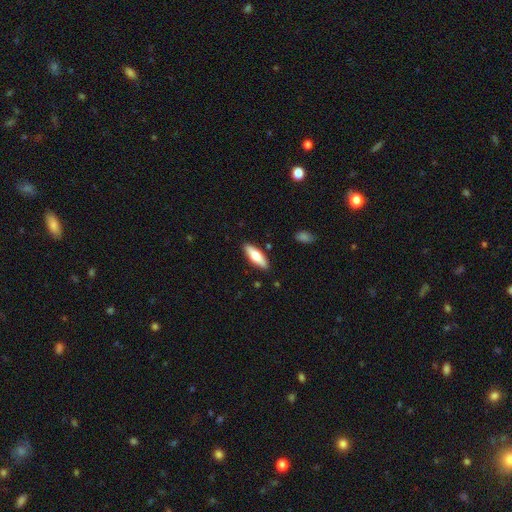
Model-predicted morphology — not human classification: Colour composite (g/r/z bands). It shows a smooth galaxy with no disk features (68%) that is in between round and cigar-shaped (55%). Merging: none (88%).